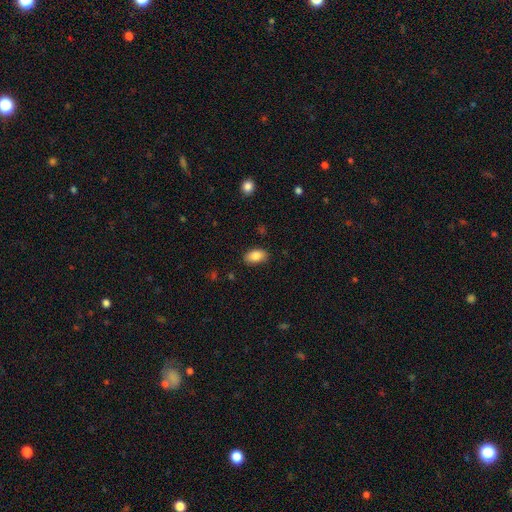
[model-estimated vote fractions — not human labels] This appears to be a smooth galaxy with no disk features (85%) that is in between round and cigar-shaped (91%). Merging: none (85%).